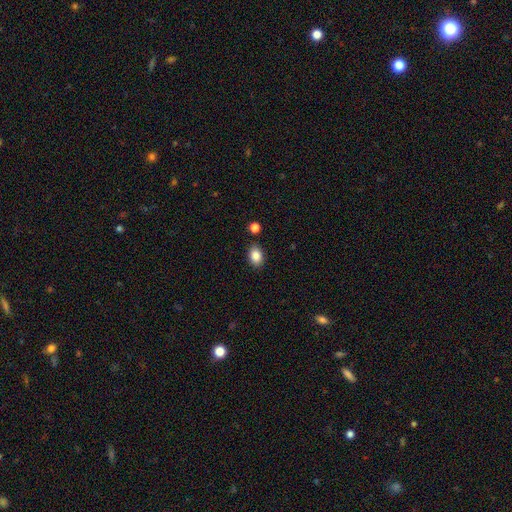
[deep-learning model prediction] Overall: smooth (86%). How rounded: in between (80%). Merging: none (84%).